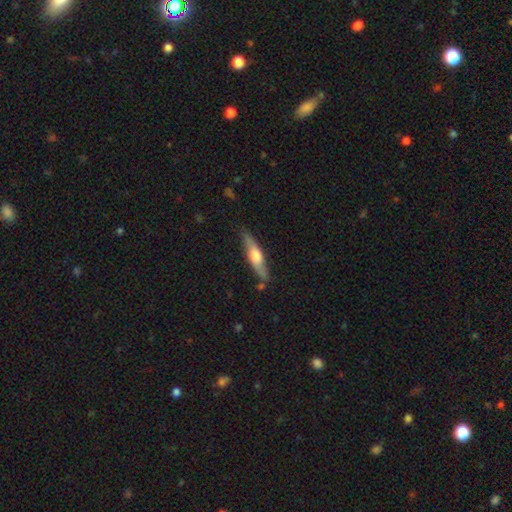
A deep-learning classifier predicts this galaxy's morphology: This appears to be a smooth galaxy with no disk features (48%). Merging: none (78%).